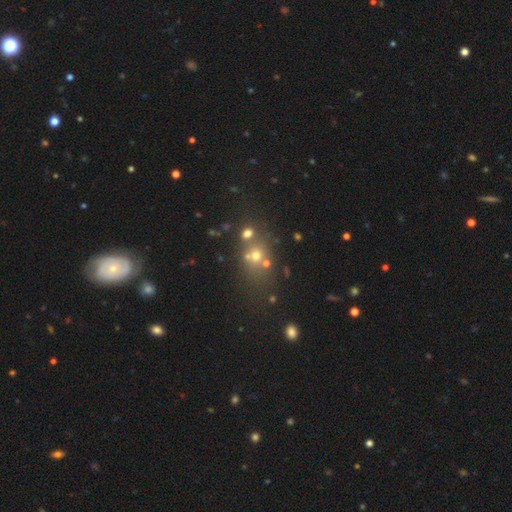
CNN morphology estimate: Smooth or featured? Predicted: smooth (p=0.52). How rounded? Predicted: round (p=0.65). Merging? Predicted: none (p=0.50).